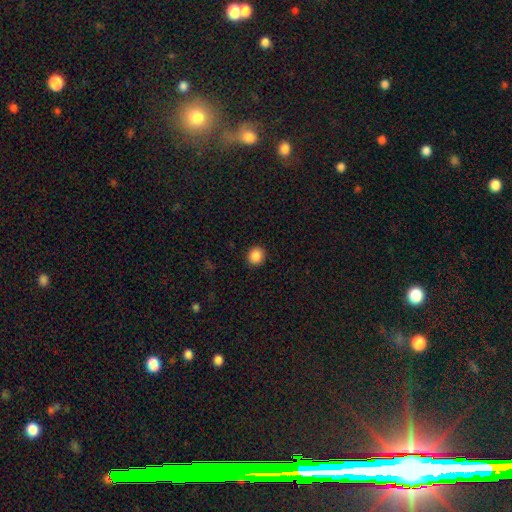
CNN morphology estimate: A smooth galaxy with no disk features (87%) that is round (87%).

Vote fractions:
- Smooth or featured? smooth: 87% / star or artifact: 9% / featured or disk: 3%
- How rounded? round: 87% / in between: 12% / cigar-shaped: 1%
- Merging? none: 92% / minor disturbance: 5% / major disturbance: 2% / merger: 1%